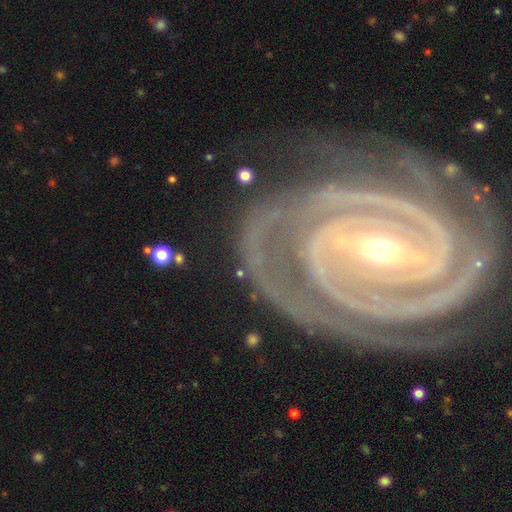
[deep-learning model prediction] This appears to be a featured or disk galaxy (78%) with a strong bar (42%), 2 (38%) tight (66%) spiral arms (87%) and a moderate central bulge (54%). Merging: none (68%).